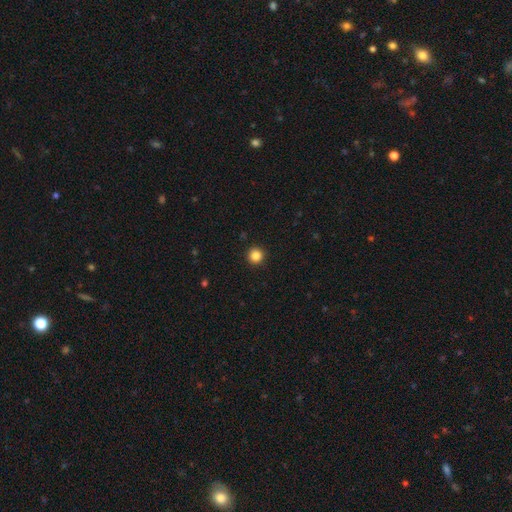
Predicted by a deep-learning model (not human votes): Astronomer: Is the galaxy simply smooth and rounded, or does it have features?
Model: smooth — 85%.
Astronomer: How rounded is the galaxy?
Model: round — 95%.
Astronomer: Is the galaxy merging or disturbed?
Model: none — 93%.